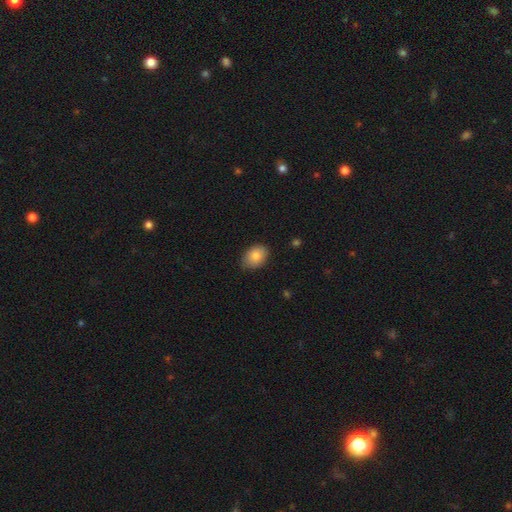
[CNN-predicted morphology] Q: Smooth or featured?
A: smooth (83%); runner-up: featured or disk (9%)
Q: How rounded?
A: in between (76%); runner-up: round (23%)
Q: Merging?
A: none (81%); runner-up: minor disturbance (15%)